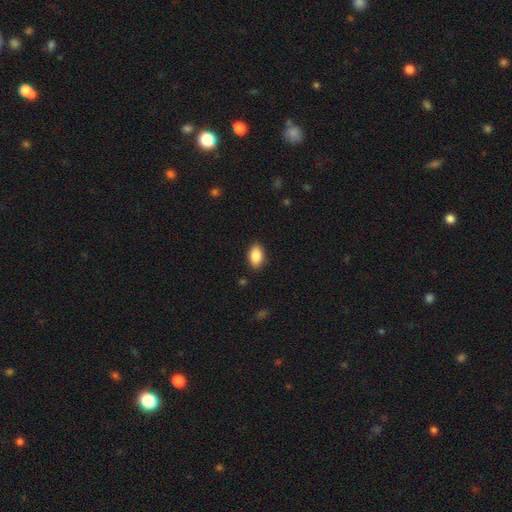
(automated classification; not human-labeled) This is clearly a smooth galaxy (87%). How rounded: clearly in between (91%). Merging: clearly none (87%).